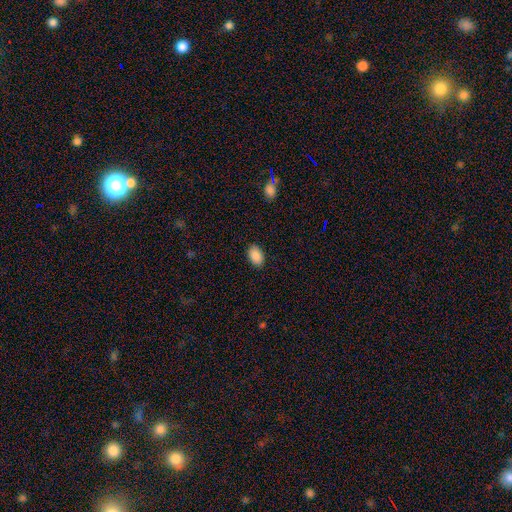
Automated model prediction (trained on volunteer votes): smooth 90%, star or artifact 7%, featured or disk 3%. Down the decision tree: how rounded — in between (90%); merging — none (88%).